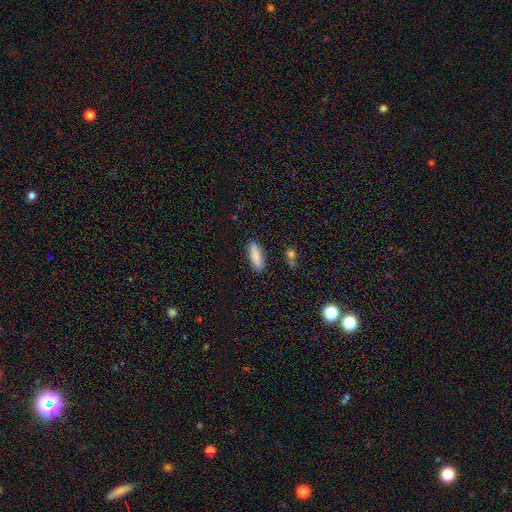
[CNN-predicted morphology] Smooth or featured?
  - smooth: 84% *
  - featured or disk: 9%
  - star or artifact: 7%
How rounded?
  - cigar-shaped: 64% *
  - in between: 35%
  - round: 2%
Merging?
  - none: 86% *
  - minor disturbance: 10%
  - major disturbance: 2%
  - merger: 2%